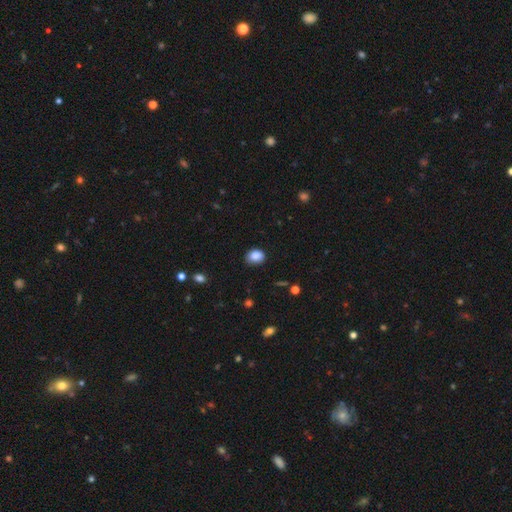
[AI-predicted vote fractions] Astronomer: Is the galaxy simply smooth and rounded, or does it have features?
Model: smooth — 86%.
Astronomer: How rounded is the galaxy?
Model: in between — 52% (runner-up: round, 47%).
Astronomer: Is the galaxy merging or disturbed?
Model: none — 77%.